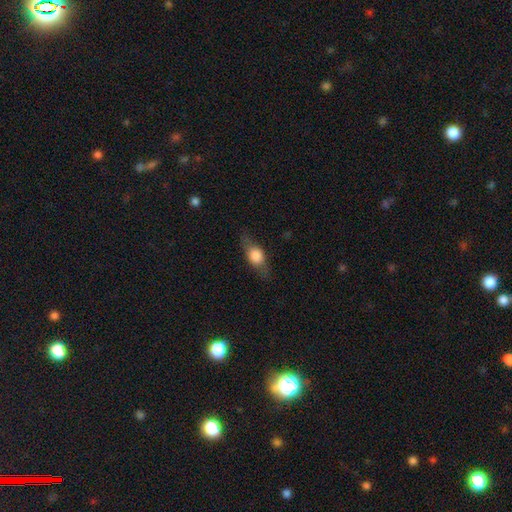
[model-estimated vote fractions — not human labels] Smooth or featured? Predicted: smooth (p=0.57). How rounded? Predicted: in between (p=0.62). Merging? Predicted: none (p=0.77).